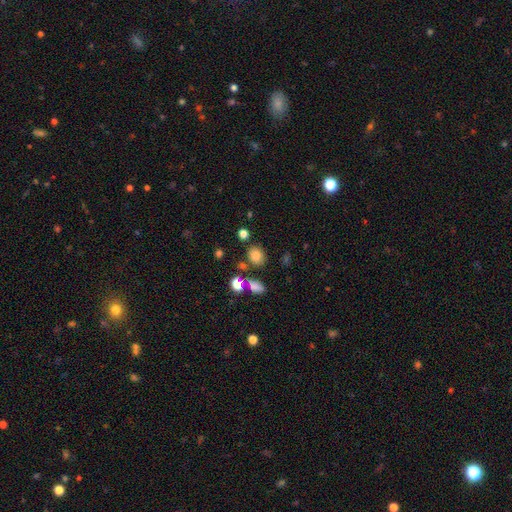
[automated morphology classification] smooth_or_featured: smooth (p=0.79) [alt: star or artifact p=0.15]
how_rounded: round (p=0.62) [alt: in between p=0.37]
merging: none (p=0.76) [alt: minor disturbance p=0.12]